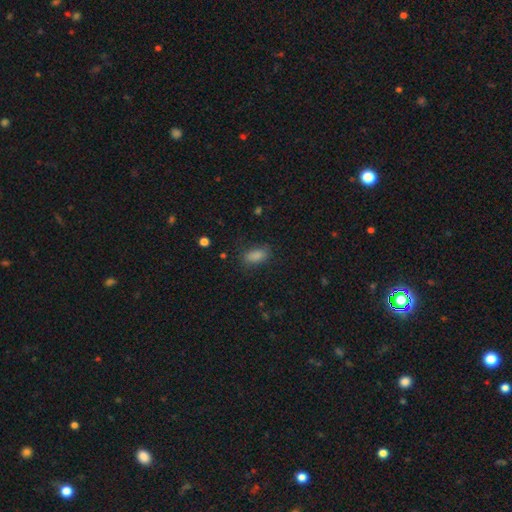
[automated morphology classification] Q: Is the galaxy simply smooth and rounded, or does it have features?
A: smooth — 85%.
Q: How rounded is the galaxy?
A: in between — 89%.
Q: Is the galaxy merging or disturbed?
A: none — 77%.